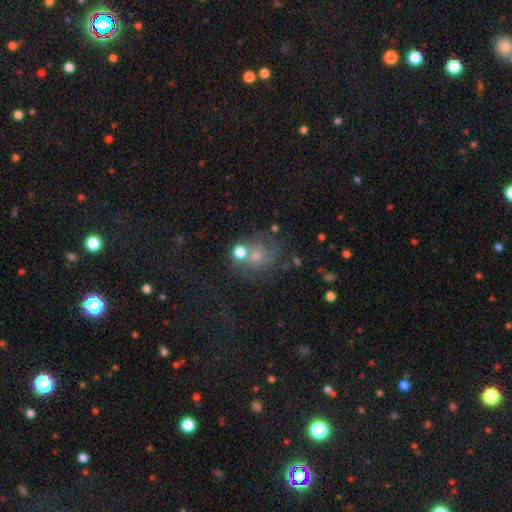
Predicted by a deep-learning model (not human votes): Smooth or featured? featured or disk (43%)
Merging? none (49%)